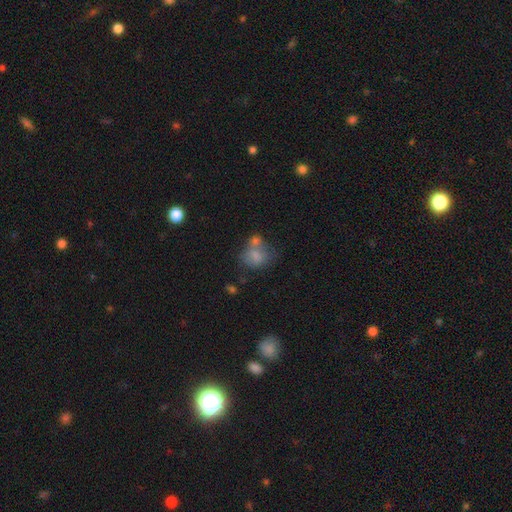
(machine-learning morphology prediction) smooth-or-featured: smooth: 71% | featured or disk: 18% | star or artifact: 11%
  how-rounded: round: 50% | in between: 48% | cigar-shaped: 1%
  merging: merger: 46% | none: 29% | minor disturbance: 15% | major disturbance: 10%